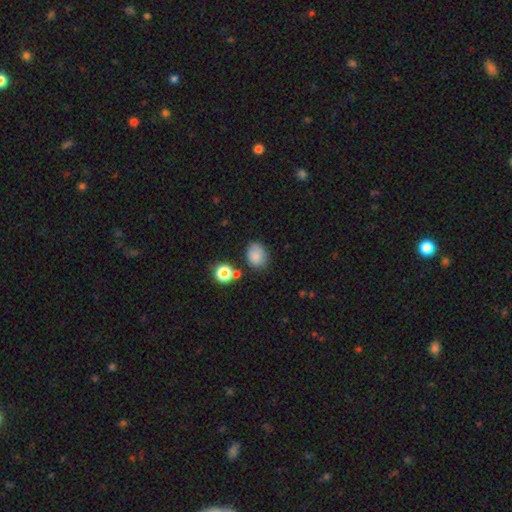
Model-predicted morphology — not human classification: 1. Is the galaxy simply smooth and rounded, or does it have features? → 81% smooth, 12% star or artifact, 7% featured or disk.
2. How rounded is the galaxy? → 56% in between, 43% round, 1% cigar-shaped.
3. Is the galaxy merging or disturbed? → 70% none, 18% minor disturbance, 7% merger, 5% major disturbance.